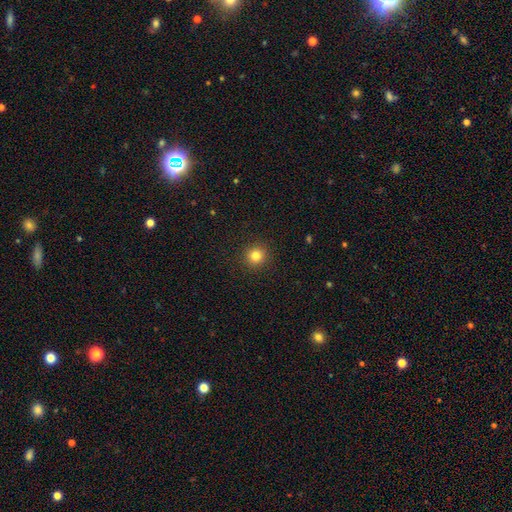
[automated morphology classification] This appears to be a smooth galaxy with no disk features (82%) that is round (94%). Merging: none (92%).